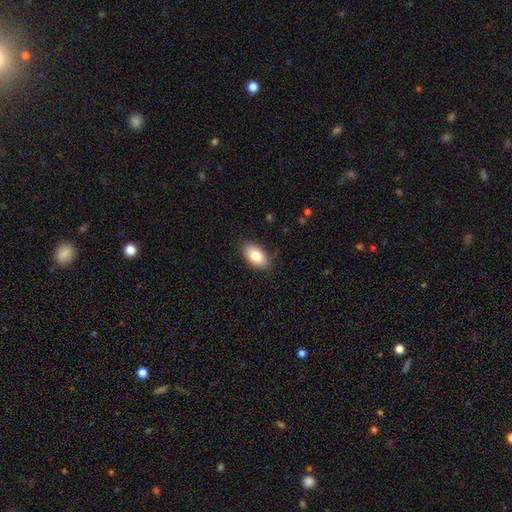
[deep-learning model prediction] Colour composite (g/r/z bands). It shows a smooth galaxy with no disk features (84%) that is in between round and cigar-shaped (94%). Merging: none (85%).